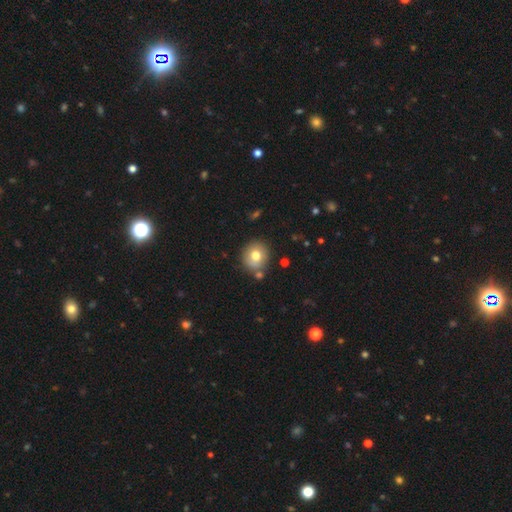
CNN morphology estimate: Q: Smooth or featured?
A: smooth (74%); runner-up: featured or disk (16%)
Q: How rounded?
A: round (81%); runner-up: in between (18%)
Q: Merging?
A: none (79%); runner-up: minor disturbance (10%)